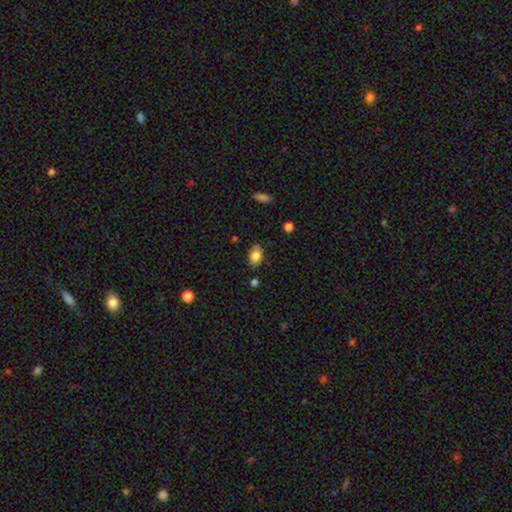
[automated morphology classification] Smooth or featured: smooth — 80% (featured or disk — 11%)
How rounded: in between — 87% (round — 10%)
Merging: none — 81% (minor disturbance — 15%)